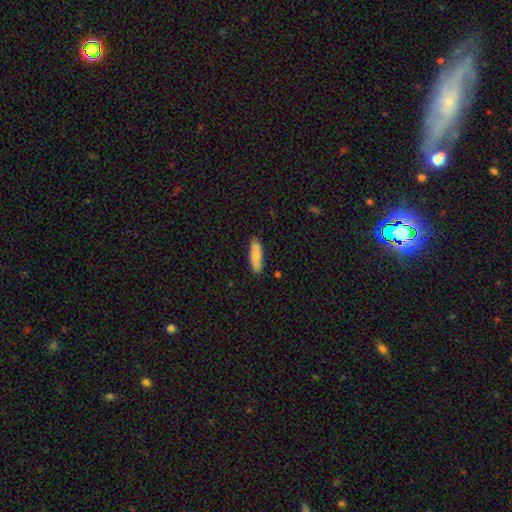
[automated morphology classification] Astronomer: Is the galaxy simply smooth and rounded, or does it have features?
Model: smooth — 83%.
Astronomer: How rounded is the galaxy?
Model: cigar-shaped — 59% (runner-up: in between, 39%).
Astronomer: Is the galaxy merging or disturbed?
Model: none — 86%.